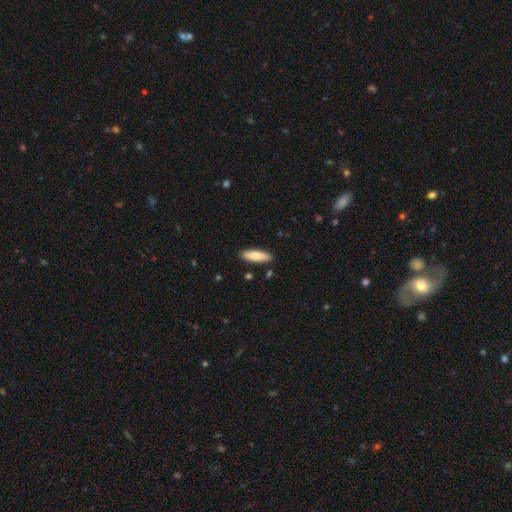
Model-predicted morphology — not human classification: This appears to be a smooth galaxy with no disk features (80%) that is cigar-shaped (55%). Merging: none (88%).